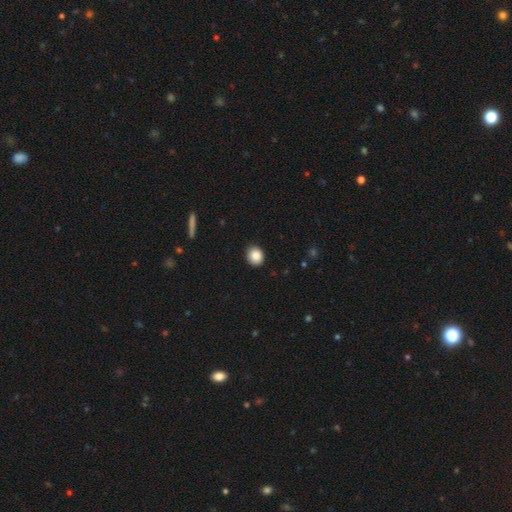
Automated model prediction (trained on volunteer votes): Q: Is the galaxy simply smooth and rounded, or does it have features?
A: smooth — 85%.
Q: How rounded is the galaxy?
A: round — 78%.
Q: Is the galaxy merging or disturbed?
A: none — 91%.